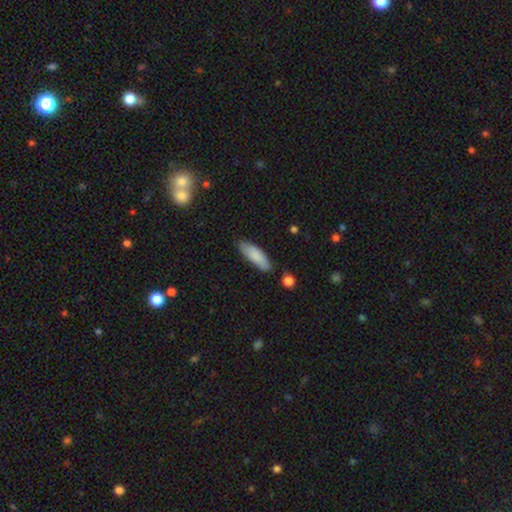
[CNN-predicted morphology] Overall: smooth (85%). How rounded: in between (54%; cigar-shaped 44%). Merging: none (79%).